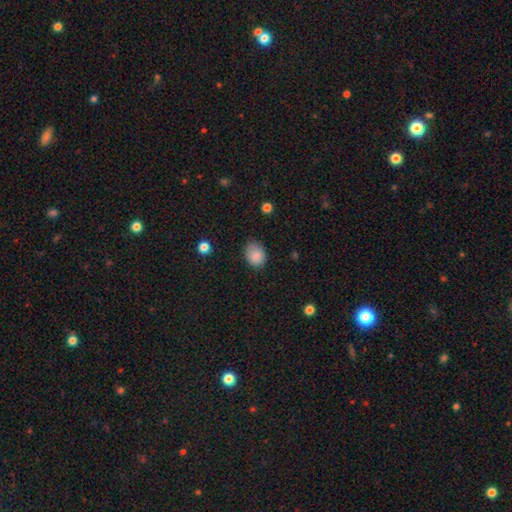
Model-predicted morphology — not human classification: smooth-or-featured: smooth: 86% | star or artifact: 8% | featured or disk: 6%
  how-rounded: in between: 67% | round: 32% | cigar-shaped: 1%
  merging: none: 72% | minor disturbance: 22% | major disturbance: 4% | merger: 1%